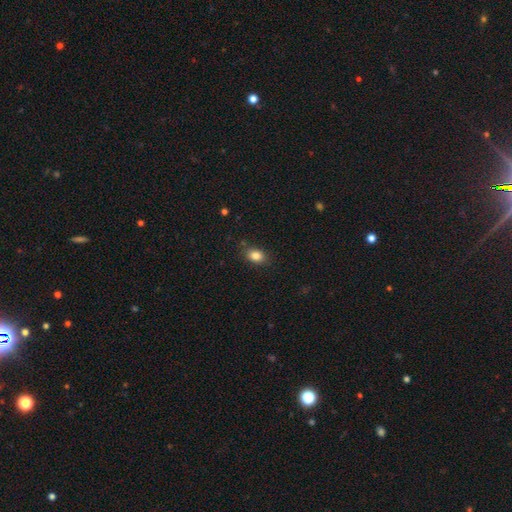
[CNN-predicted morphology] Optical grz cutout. It shows a smooth galaxy with no disk features (84%) that is in between round and cigar-shaped (77%). Merging: none (83%).